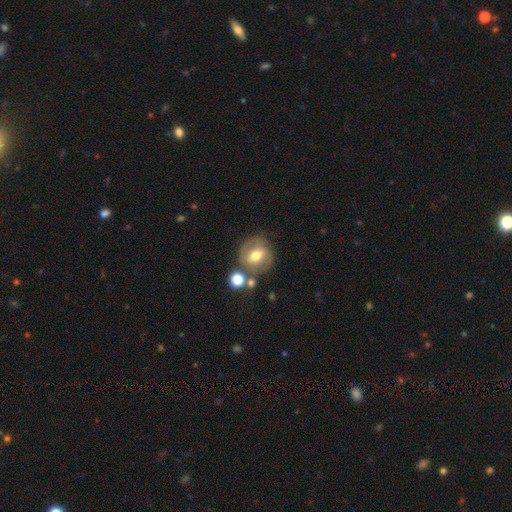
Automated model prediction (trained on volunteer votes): This is possibly a featured or disk galaxy (49%). Merging: likely none (67%).